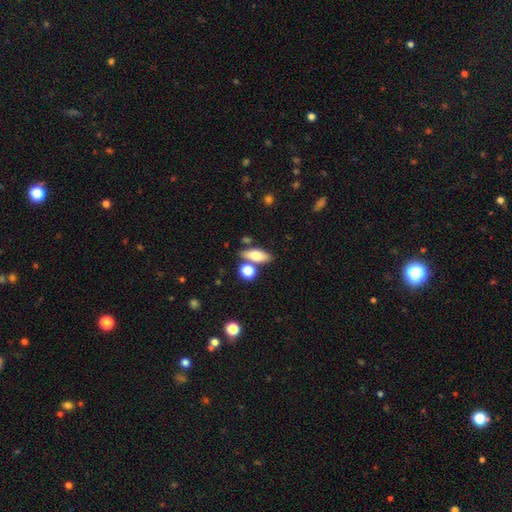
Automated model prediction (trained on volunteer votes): A smooth galaxy with no disk features (74%) that is in between round and cigar-shaped (71%).

Vote fractions:
- Smooth or featured? smooth: 74% / featured or disk: 18% / star or artifact: 8%
- How rounded? in between: 71% / cigar-shaped: 21% / round: 8%
- Merging? none: 65% / merger: 19% / minor disturbance: 12% / major disturbance: 4%